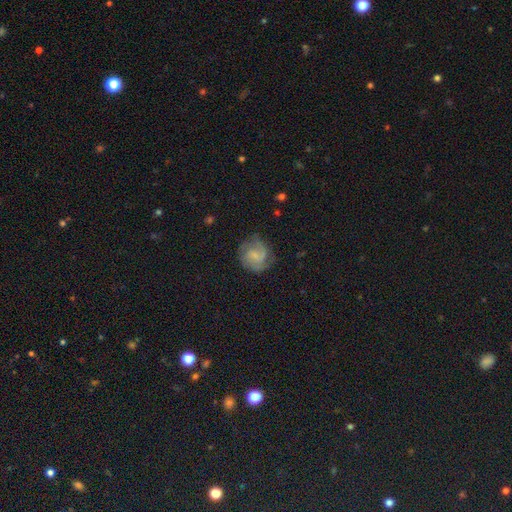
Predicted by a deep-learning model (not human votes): smooth_or_featured: featured or disk (p=0.60) [alt: smooth p=0.32]
disk_edge_on: no (p=0.98) [alt: yes p=0.02]
bar: weak (p=0.51) [alt: no p=0.37]
has_spiral_arms: yes (p=0.90) [alt: no p=0.10]
spiral_winding: medium (p=0.46) [alt: tight p=0.35]
spiral_arm_count: 2 (p=0.54) [alt: can't tell p=0.20]
bulge_size: small (p=0.39) [alt: none p=0.36]
merging: none (p=0.68) [alt: minor disturbance p=0.20]